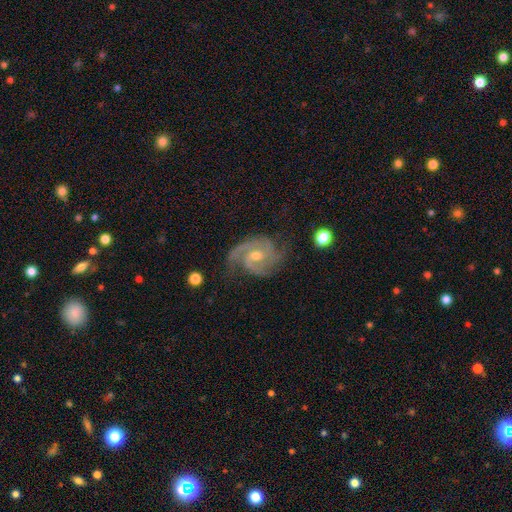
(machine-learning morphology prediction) This is clearly a featured or disk galaxy (91%). It is clearly not viewed edge-on (98%). Bar: possibly no (52%). Spiral arm pattern: clearly yes (98%). Spiral arm count: possibly 2 (45%). Spiral winding: possibly medium (46%). Central bulge: possibly moderate (58%). Merging: likely none (69%).